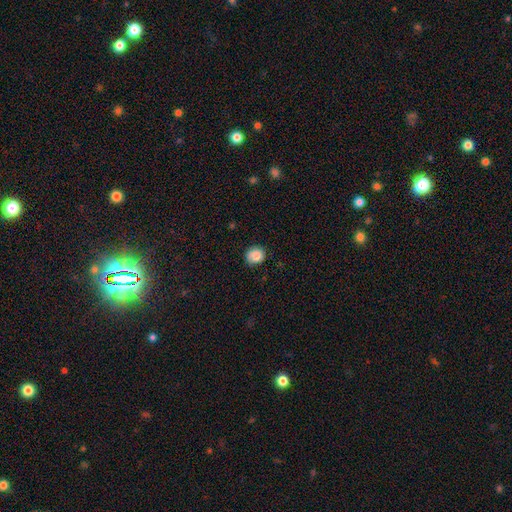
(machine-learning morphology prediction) This appears to be a smooth galaxy with no disk features (87%) that is round (80%). Merging: none (77%).